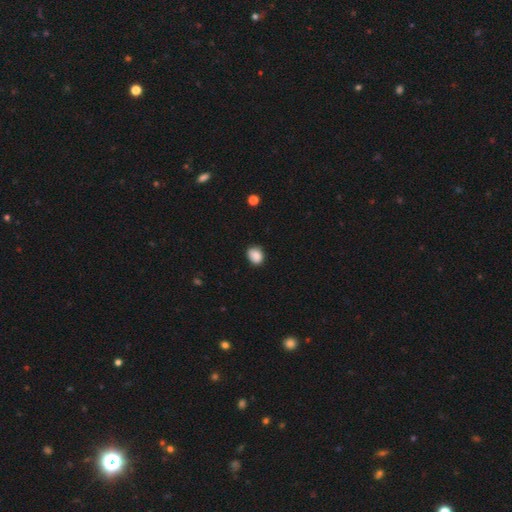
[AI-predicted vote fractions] The model was most divided on "how rounded": in between: 52%, round: 47%, cigar-shaped: 1%. More confident: smooth or featured — smooth (87%); merging — none (77%).